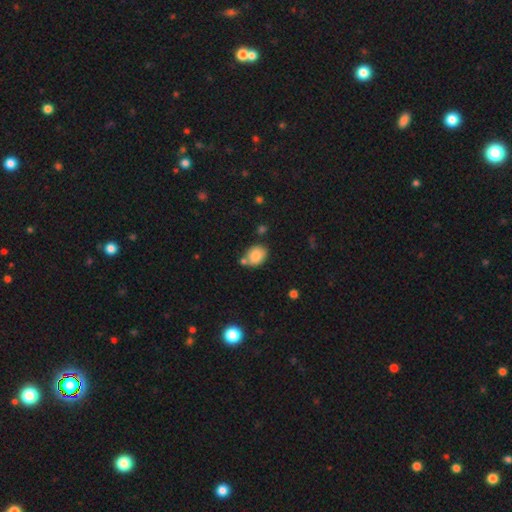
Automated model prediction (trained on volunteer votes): smooth-or-featured: smooth: 84% | star or artifact: 9% | featured or disk: 7%
  how-rounded: in between: 55% | round: 44% | cigar-shaped: 1%
  merging: none: 65% | merger: 16% | minor disturbance: 15% | major disturbance: 4%